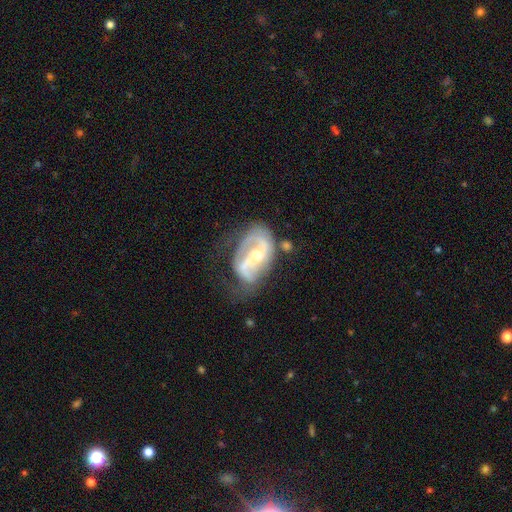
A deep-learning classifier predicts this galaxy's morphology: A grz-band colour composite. It shows a featured or disk galaxy (83%) with a weak bar (41%), 2 (69%) medium (43%) spiral arms (85%) and a moderate central bulge (60%). Merging: none (41%).